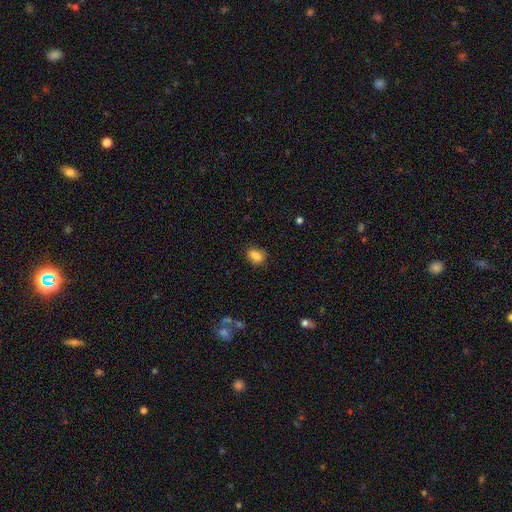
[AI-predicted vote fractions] Smooth or featured? smooth (83%)
How rounded? in between (73%)
Merging? none (79%)